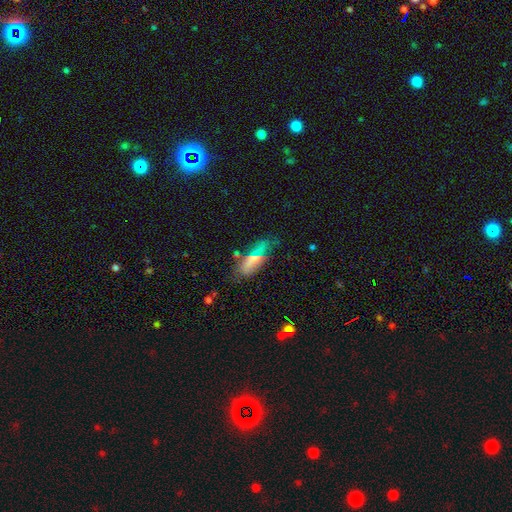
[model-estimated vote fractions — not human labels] Smooth or featured?
  - smooth: 52% *
  - featured or disk: 39%
  - star or artifact: 9%
How rounded?
  - in between: 57% *
  - cigar-shaped: 40%
  - round: 3%
Merging?
  - none: 55% *
  - minor disturbance: 27%
  - major disturbance: 12%
  - merger: 6%